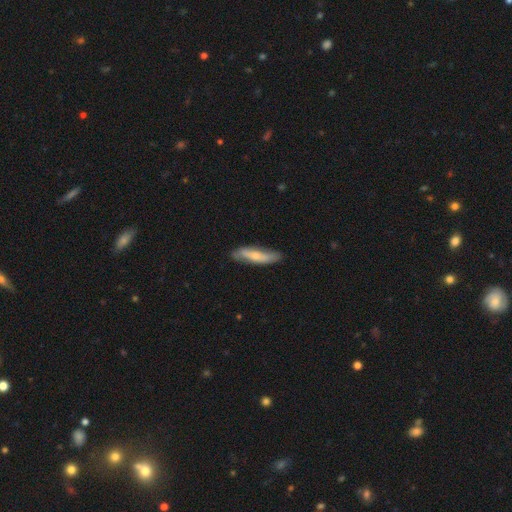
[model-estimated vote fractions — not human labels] Smooth or featured?
  - smooth: 54% *
  - featured or disk: 41%
  - star or artifact: 5%
How rounded?
  - cigar-shaped: 69% *
  - in between: 29%
  - round: 2%
Merging?
  - none: 75% *
  - minor disturbance: 19%
  - major disturbance: 4%
  - merger: 2%